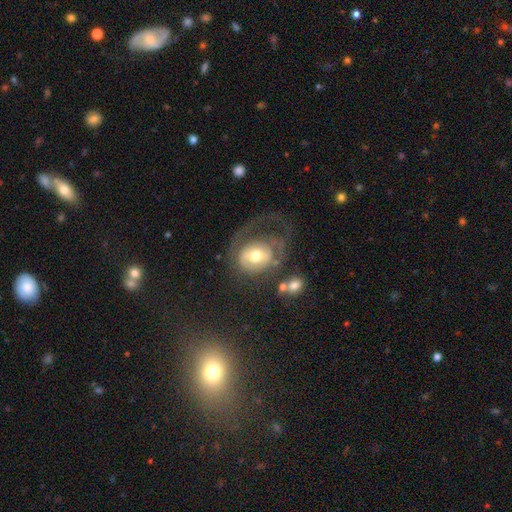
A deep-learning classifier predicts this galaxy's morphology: A featured or disk galaxy (61%) with no bar (62%), spiral arms (59%) and a moderate central bulge (68%). Merging: major disturbance (46%).